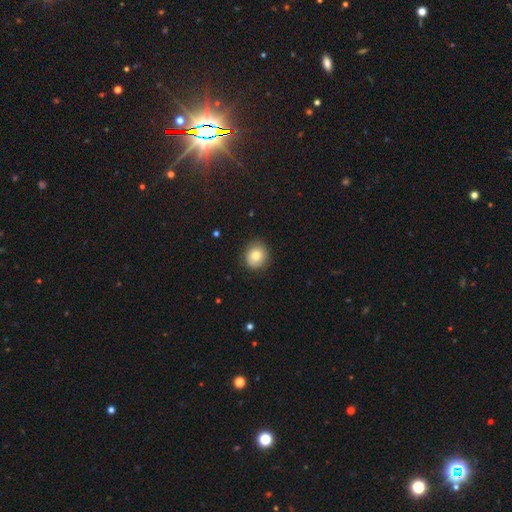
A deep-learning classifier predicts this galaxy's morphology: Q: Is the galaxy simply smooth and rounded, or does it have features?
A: smooth — 77%.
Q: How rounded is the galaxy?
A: round — 80%.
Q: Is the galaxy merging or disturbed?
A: none — 83%.